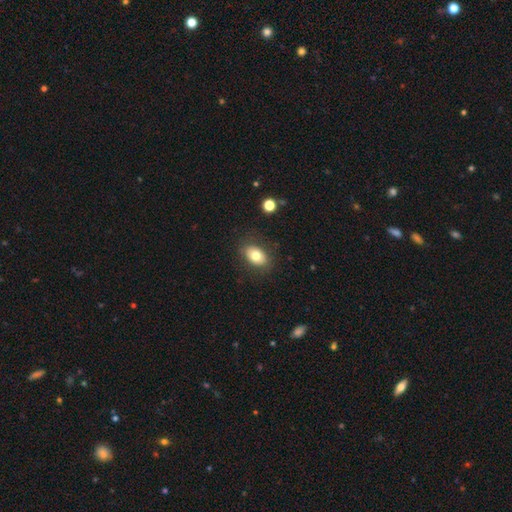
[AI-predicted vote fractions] smooth 76%, featured or disk 15%, star or artifact 8%. Down the decision tree: how rounded — in between (85%); merging — none (83%).